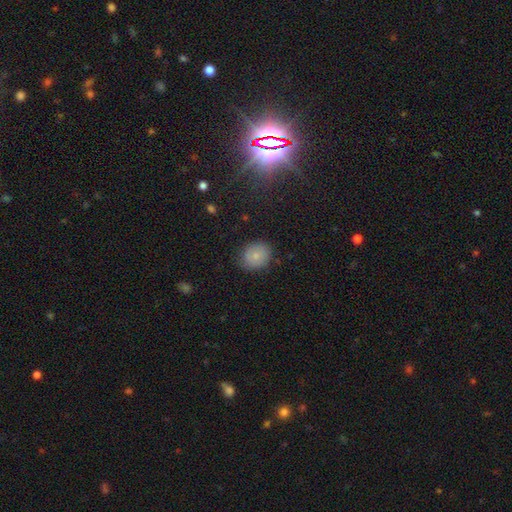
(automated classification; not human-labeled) Smooth or featured? smooth (78%)
How rounded? round (61%)
Merging? none (82%)